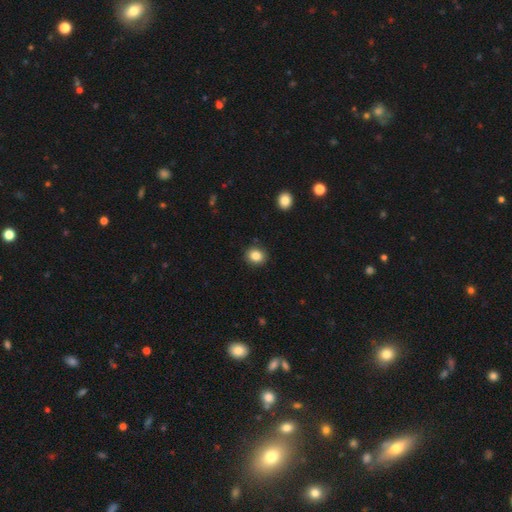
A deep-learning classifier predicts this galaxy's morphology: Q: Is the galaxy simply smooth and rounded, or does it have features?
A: smooth — 85%.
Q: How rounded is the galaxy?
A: round — 74%.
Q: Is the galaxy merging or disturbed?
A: none — 90%.